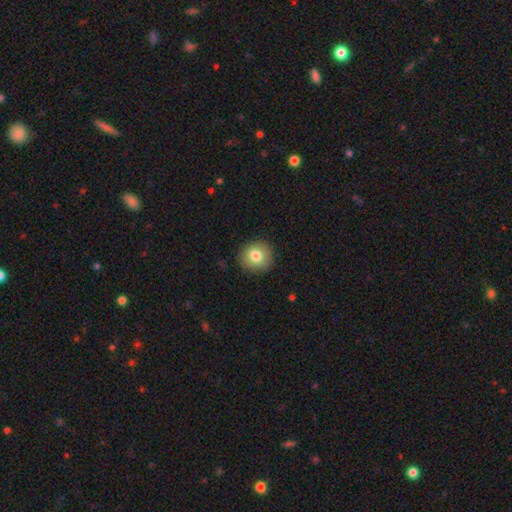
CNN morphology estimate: type=smooth (80%); roundness=round (91%); merging=none (90%).